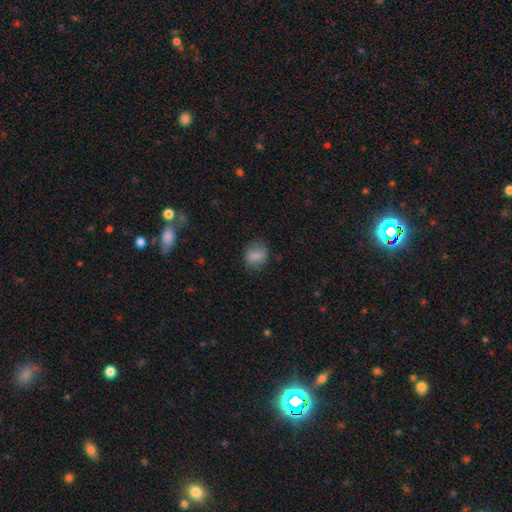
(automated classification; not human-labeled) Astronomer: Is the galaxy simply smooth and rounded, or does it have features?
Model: smooth — 81%.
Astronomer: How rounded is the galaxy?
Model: round — 54% (runner-up: in between, 44%).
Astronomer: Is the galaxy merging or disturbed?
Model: none — 77%.